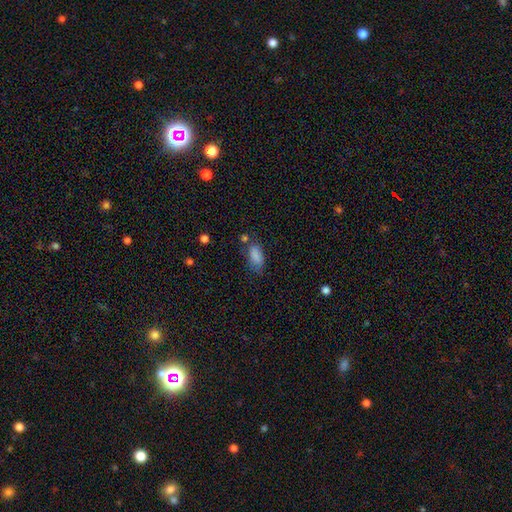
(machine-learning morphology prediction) smooth_or_featured: smooth (p=0.84) [alt: star or artifact p=0.09]
how_rounded: in between (p=0.89) [alt: cigar-shaped p=0.07]
merging: none (p=0.57) [alt: minor disturbance p=0.25]